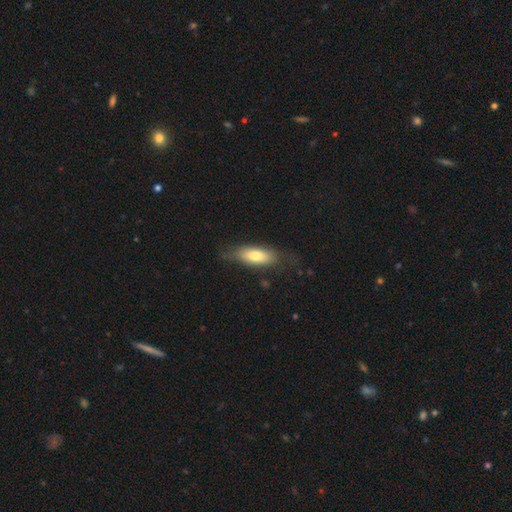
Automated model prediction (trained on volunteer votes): Smooth or featured? smooth (71%)
How rounded? in between (70%)
Merging? none (69%)